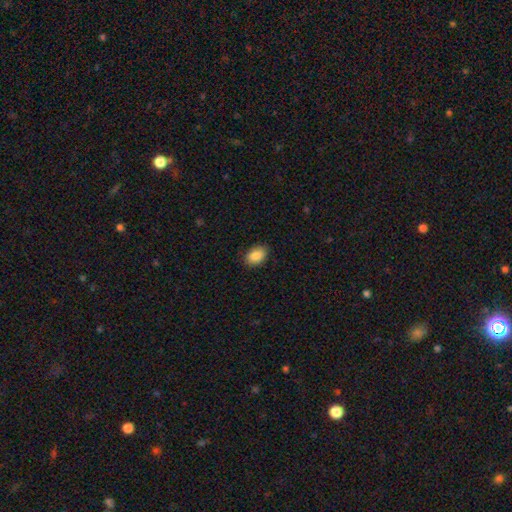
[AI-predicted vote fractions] A smooth galaxy with no disk features (89%) that is in between round and cigar-shaped (87%).

Vote fractions:
- Smooth or featured? smooth: 89% / star or artifact: 7% / featured or disk: 4%
- How rounded? in between: 87% / round: 12% / cigar-shaped: 1%
- Merging? none: 88% / minor disturbance: 9% / major disturbance: 2% / merger: 1%